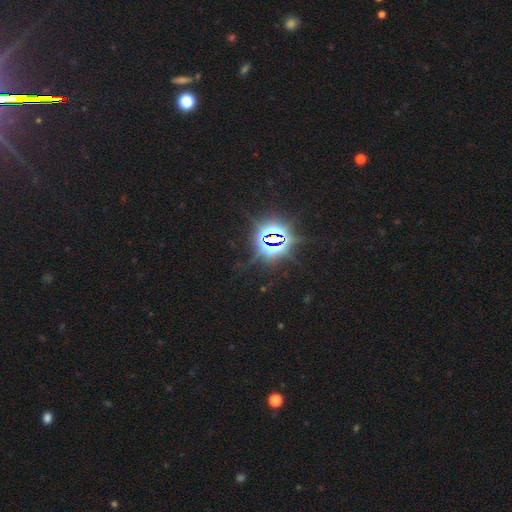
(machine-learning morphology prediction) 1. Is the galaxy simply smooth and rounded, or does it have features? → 84% star or artifact, 10% smooth, 6% featured or disk.